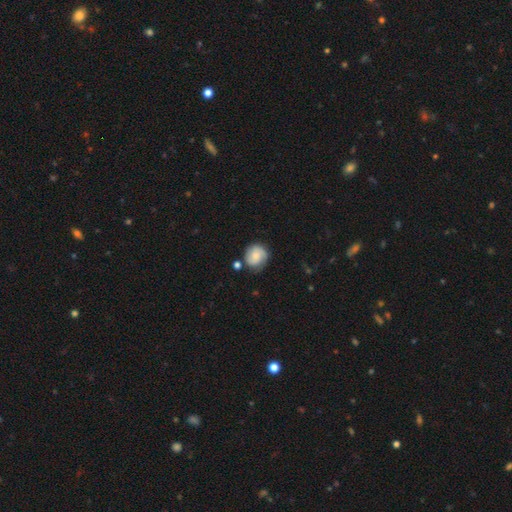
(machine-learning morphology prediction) Overall: smooth (50%; featured or disk 42%). How rounded: round (83%). Merging: none (71%).